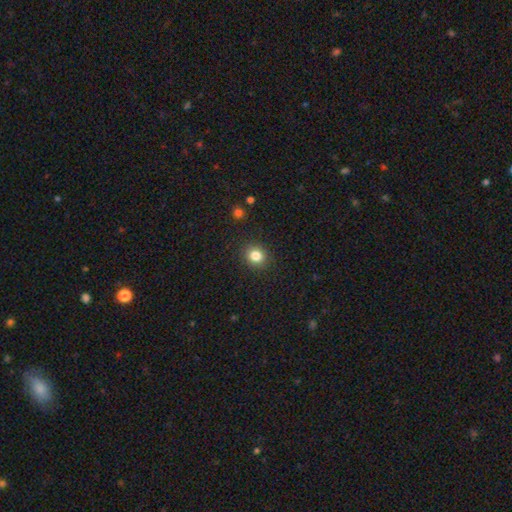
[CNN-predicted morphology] A smooth galaxy with no disk features (83%) that is round (81%).

Vote fractions:
- Smooth or featured? smooth: 83% / star or artifact: 12% / featured or disk: 6%
- How rounded? round: 81% / in between: 18% / cigar-shaped: 1%
- Merging? none: 91% / minor disturbance: 6% / major disturbance: 2% / merger: 1%